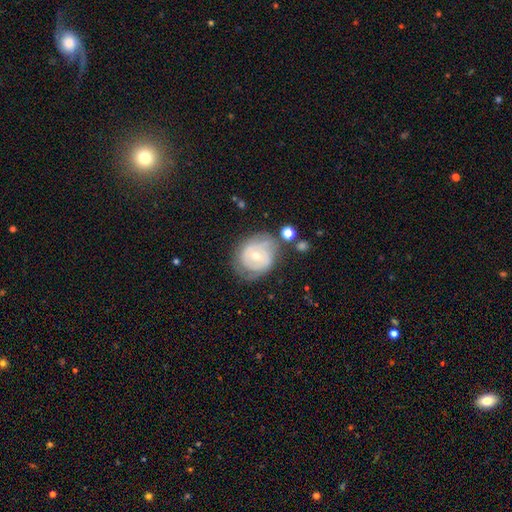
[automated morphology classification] Smooth or featured? featured or disk (63%)
Edge-on disk? no (97%)
Bar? no (74%)
Spiral arms? yes (62%)
Bulge size? moderate (51%)
Merging? none (53%)